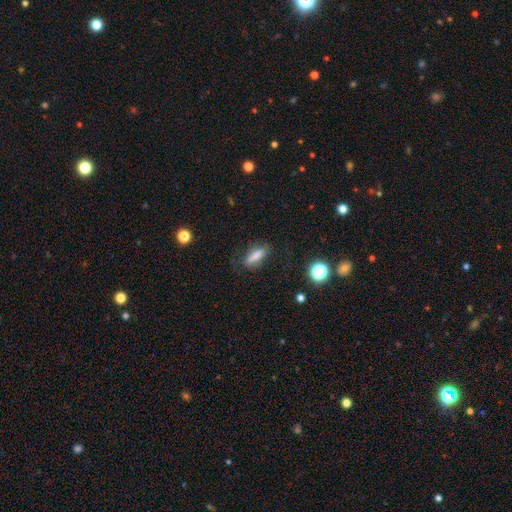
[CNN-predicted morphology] The model was most divided on "how rounded": cigar-shaped: 60%, in between: 37%, round: 3%. More confident: merging — none (77%); smooth or featured — smooth (77%).